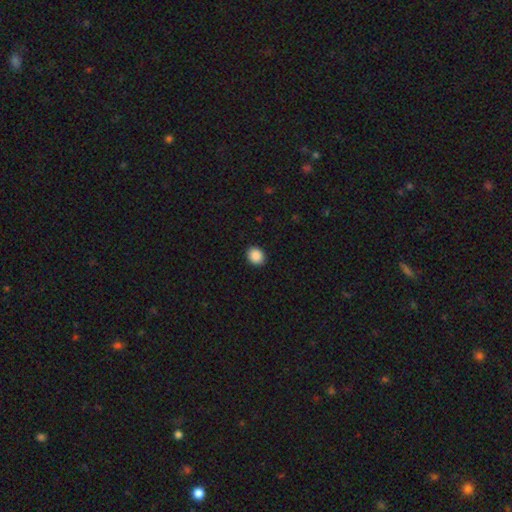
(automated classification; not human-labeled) Morphology: type=smooth (89%); roundness=round (71%); merging=none (91%).